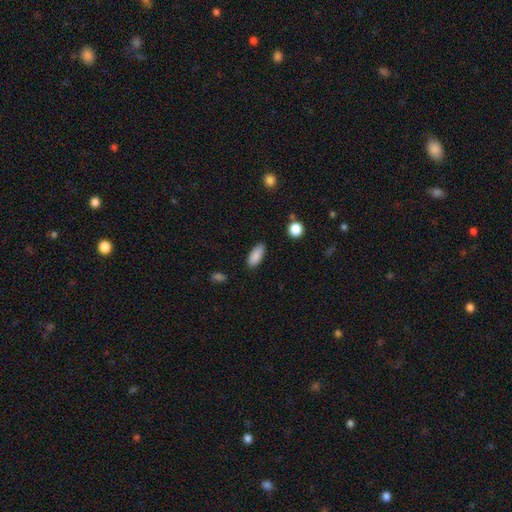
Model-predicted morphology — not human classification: Overall: smooth (88%). How rounded: in between (84%). Merging: none (84%).